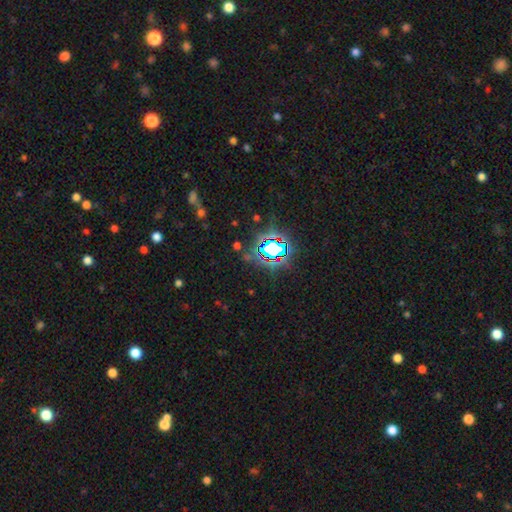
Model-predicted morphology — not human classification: Q: Smooth or featured?
A: star or artifact (81%); runner-up: smooth (11%)